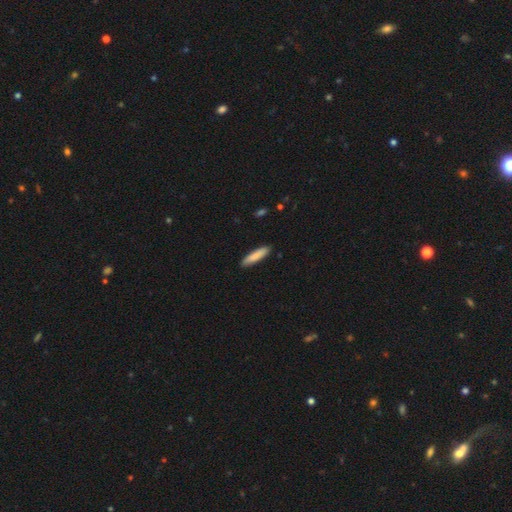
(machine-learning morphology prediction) Overall: smooth (86%). How rounded: cigar-shaped (80%). Merging: none (89%).